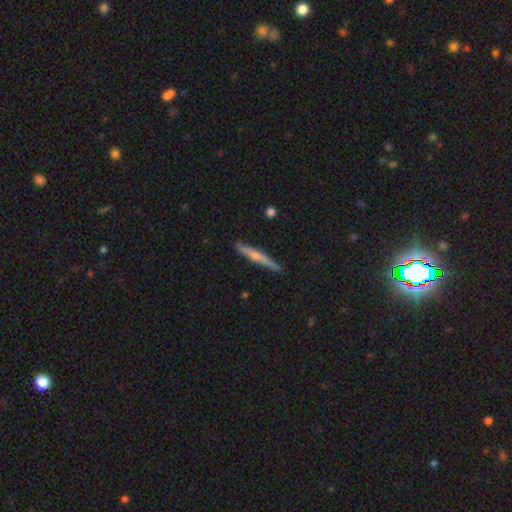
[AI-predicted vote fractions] This is possibly a featured or disk galaxy (58%). It is clearly viewed edge-on (96%). Edge-on bulge: likely rounded (71%). Merging: clearly none (89%).